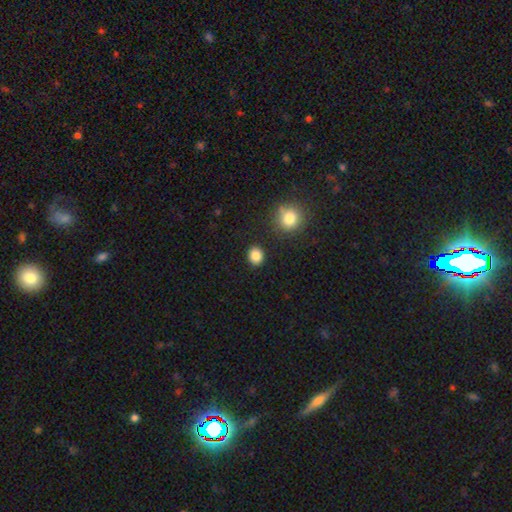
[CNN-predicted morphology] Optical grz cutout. It shows a smooth galaxy with no disk features (86%) that is round (71%). Merging: none (89%).